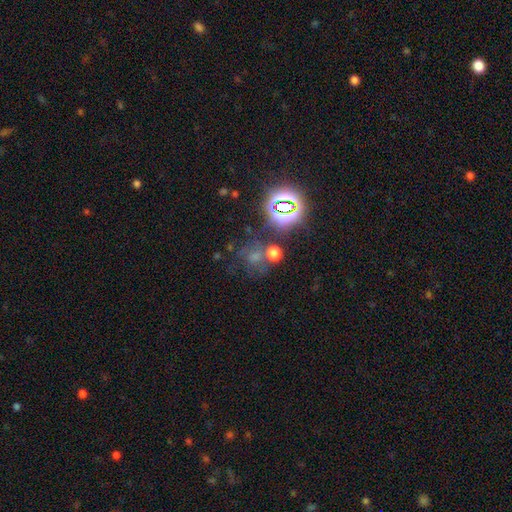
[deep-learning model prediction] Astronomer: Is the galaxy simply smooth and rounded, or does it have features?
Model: smooth — 48% (runner-up: star or artifact, 38%).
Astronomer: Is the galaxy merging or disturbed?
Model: none — 55%.